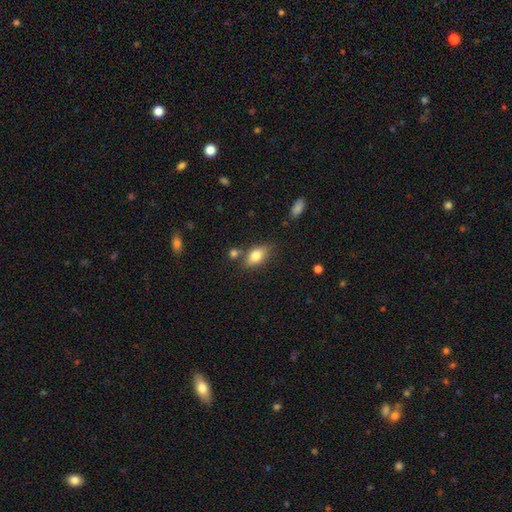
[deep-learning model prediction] A smooth galaxy with no disk features (80%) that is in between round and cigar-shaped (86%). Merging: none (68%).